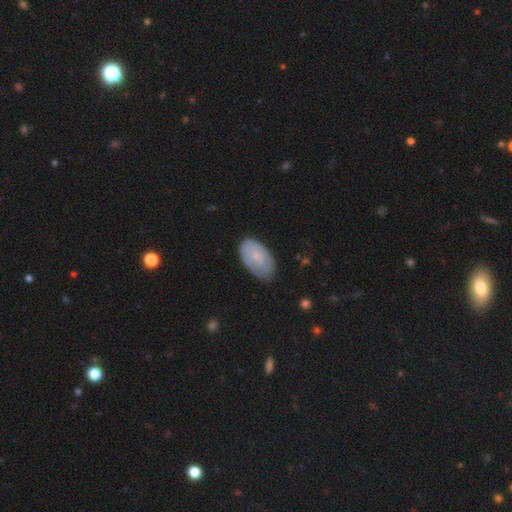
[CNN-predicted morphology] smooth_or_featured: smooth (p=0.64) [alt: featured or disk p=0.30]
how_rounded: in between (p=0.94) [alt: round p=0.05]
merging: none (p=0.74) [alt: minor disturbance p=0.21]